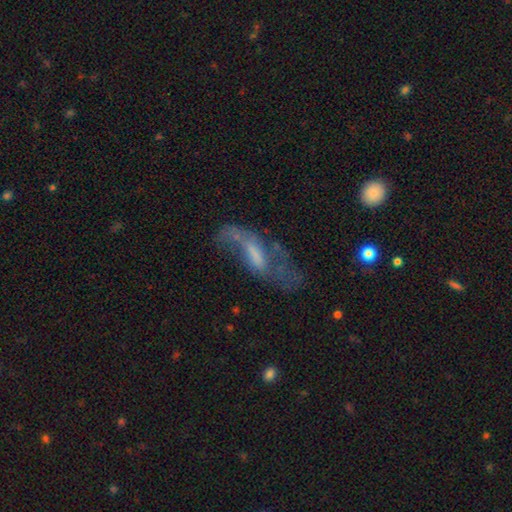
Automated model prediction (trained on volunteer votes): Q: Smooth or featured?
A: featured or disk (61%); runner-up: smooth (29%)
Q: Edge-on disk?
A: no (86%); runner-up: yes (14%)
Q: Bar?
A: weak (35%); runner-up: no (34%)
Q: Spiral arms?
A: yes (60%); runner-up: no (40%)
Q: Bulge size?
A: none (46%); runner-up: small (21%)
Q: Merging?
A: major disturbance (44%); runner-up: none (30%)